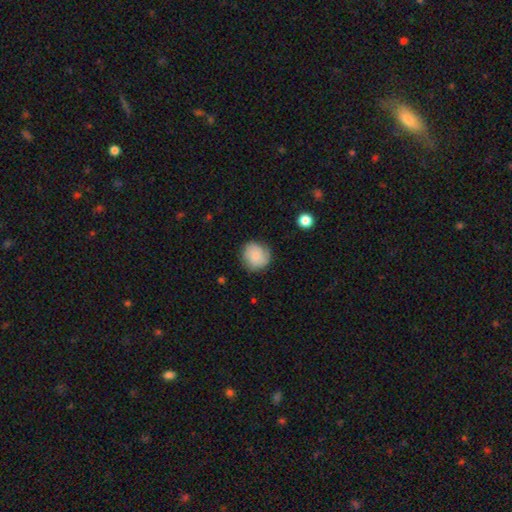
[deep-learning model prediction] smooth 68%, featured or disk 24%, star or artifact 8%. Down the decision tree: how rounded — round (88%); merging — none (80%).